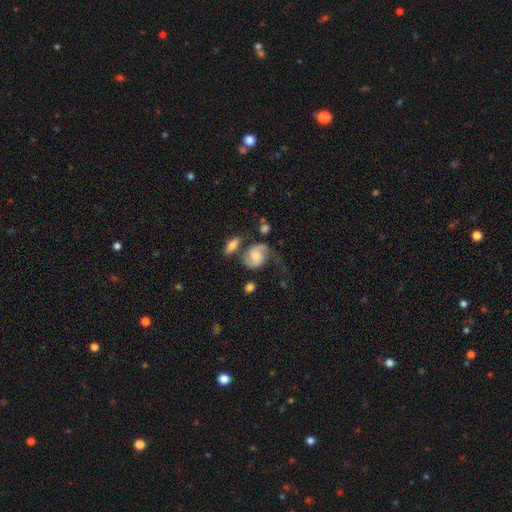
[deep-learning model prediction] smooth_or_featured: featured or disk (p=0.68) [alt: smooth p=0.24]
disk_edge_on: no (p=0.97) [alt: yes p=0.03]
bar: no (p=0.61) [alt: weak p=0.33]
has_spiral_arms: yes (p=0.93) [alt: no p=0.07]
spiral_winding: medium (p=0.44) [alt: loose p=0.36]
spiral_arm_count: 2 (p=0.75) [alt: 1 p=0.16]
bulge_size: moderate (p=0.44) [alt: small p=0.31]
merging: none (p=0.42) [alt: minor disturbance p=0.21]